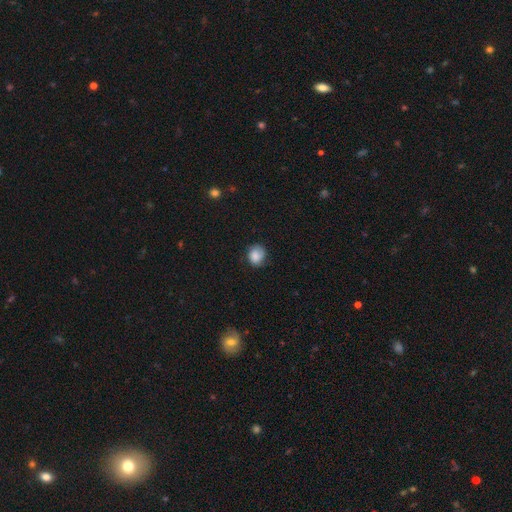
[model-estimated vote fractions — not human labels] Smooth or featured: smooth — 80% (featured or disk — 12%)
How rounded: round — 64% (in between — 35%)
Merging: none — 67% (minor disturbance — 25%)